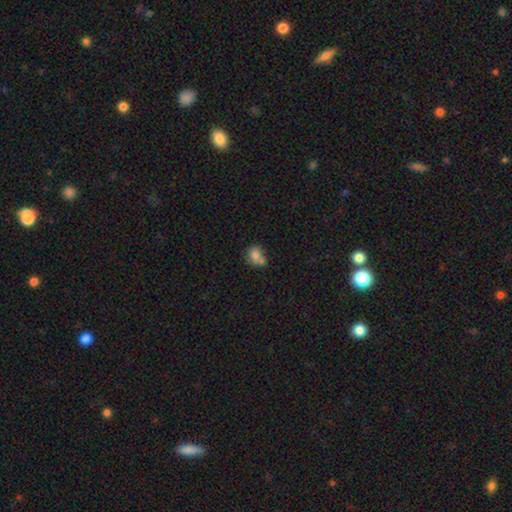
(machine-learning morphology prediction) Smooth or featured? Predicted: smooth (p=0.77). How rounded? Predicted: round (p=0.63). Merging? Predicted: none (p=0.41).